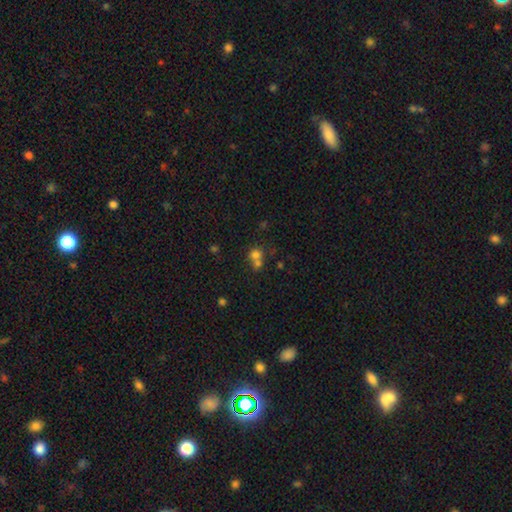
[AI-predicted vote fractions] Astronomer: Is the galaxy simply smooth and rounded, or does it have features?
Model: smooth — 70%.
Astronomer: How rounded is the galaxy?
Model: round — 78%.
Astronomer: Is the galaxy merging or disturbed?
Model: merger — 55% (runner-up: none, 35%).